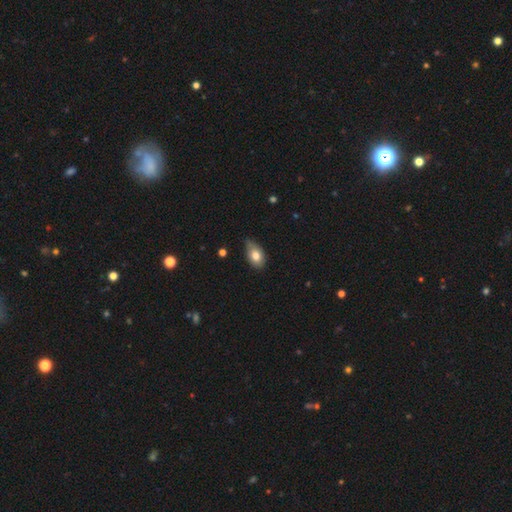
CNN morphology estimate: Smooth or featured: smooth — 76% (featured or disk — 15%)
How rounded: in between — 84% (round — 14%)
Merging: none — 48% (minor disturbance — 43%)